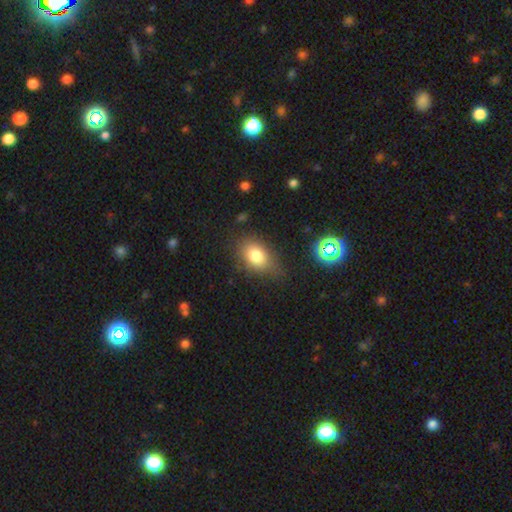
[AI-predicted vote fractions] A smooth galaxy with no disk features (79%) that is in between round and cigar-shaped (78%).

Vote fractions:
- Smooth or featured? smooth: 79% / featured or disk: 11% / star or artifact: 11%
- How rounded? in between: 78% / round: 20% / cigar-shaped: 2%
- Merging? none: 71% / minor disturbance: 21% / major disturbance: 6% / merger: 2%